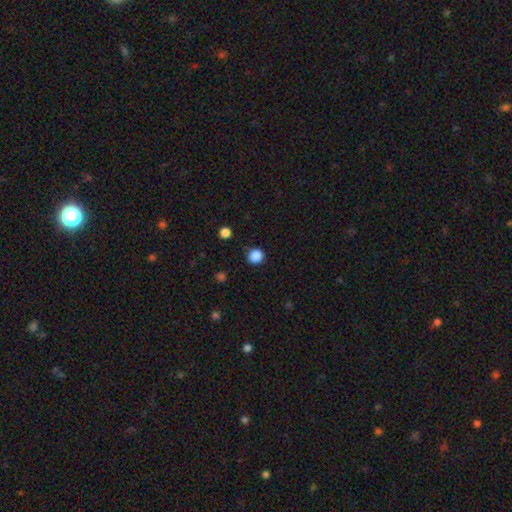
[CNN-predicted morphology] Smooth or featured?
  - smooth: 87% *
  - star or artifact: 11%
  - featured or disk: 3%
How rounded?
  - round: 90% *
  - in between: 9%
  - cigar-shaped: 1%
Merging?
  - none: 87% *
  - minor disturbance: 9%
  - major disturbance: 3%
  - merger: 2%